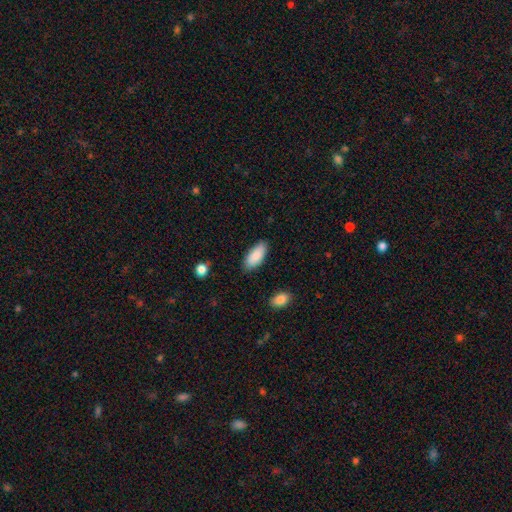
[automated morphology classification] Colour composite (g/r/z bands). It shows a smooth galaxy with no disk features (88%) that is in between round and cigar-shaped (87%). Merging: none (84%).